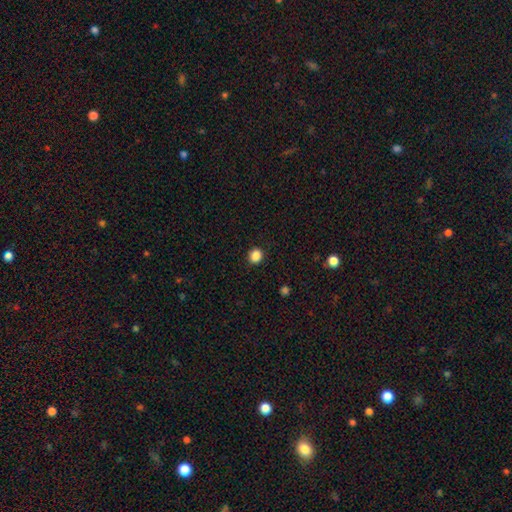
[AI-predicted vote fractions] Q: Smooth or featured?
A: smooth (87%); runner-up: star or artifact (10%)
Q: How rounded?
A: round (77%); runner-up: in between (22%)
Q: Merging?
A: none (91%); runner-up: minor disturbance (6%)